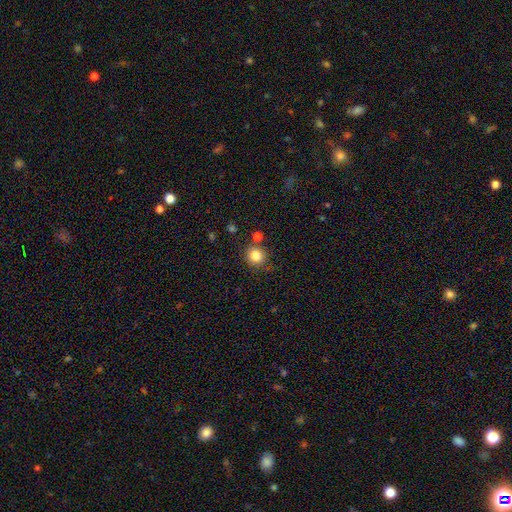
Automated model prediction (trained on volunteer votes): Smooth or featured? smooth (83%)
How rounded? round (89%)
Merging? none (77%)